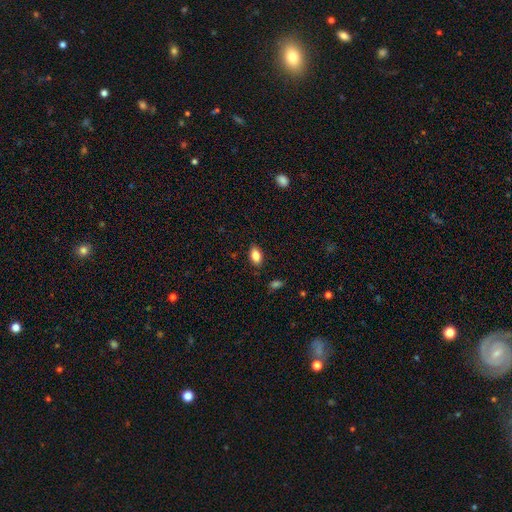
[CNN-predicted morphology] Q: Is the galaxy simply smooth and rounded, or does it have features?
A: smooth — 85%.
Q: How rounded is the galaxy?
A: in between — 90%.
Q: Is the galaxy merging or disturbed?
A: none — 86%.